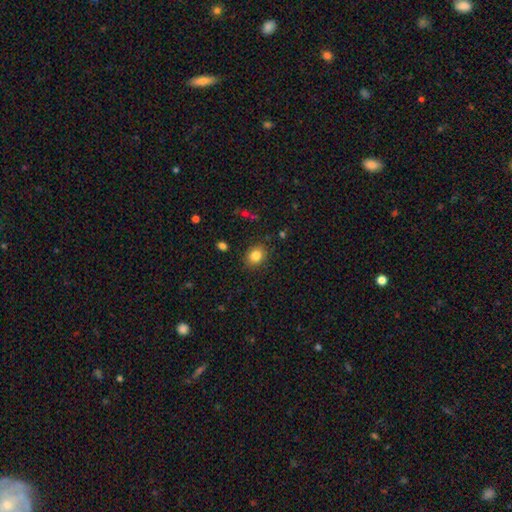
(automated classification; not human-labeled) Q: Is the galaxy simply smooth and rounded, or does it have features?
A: smooth — 84%.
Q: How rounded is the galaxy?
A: round — 53%.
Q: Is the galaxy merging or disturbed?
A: none — 86%.